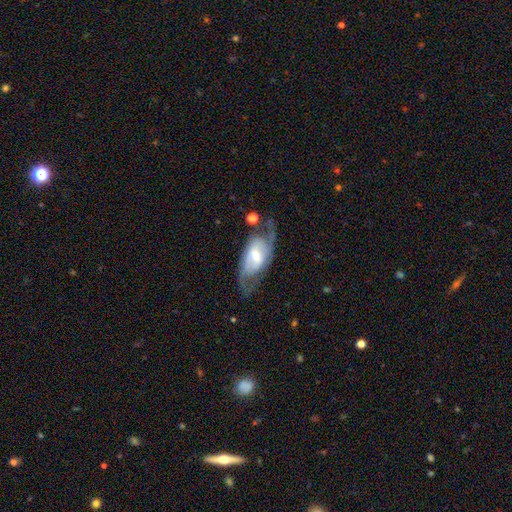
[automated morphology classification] The model was most divided on "spiral winding": loose: 44%, medium: 41%, tight: 15%. Remaining: edge-on disk — no (91%); spiral arm count — 2 (82%); spiral arms — yes (81%); smooth or featured — featured or disk (73%); merging — none (58%); bulge size — moderate (58%); bar — weak (45%).